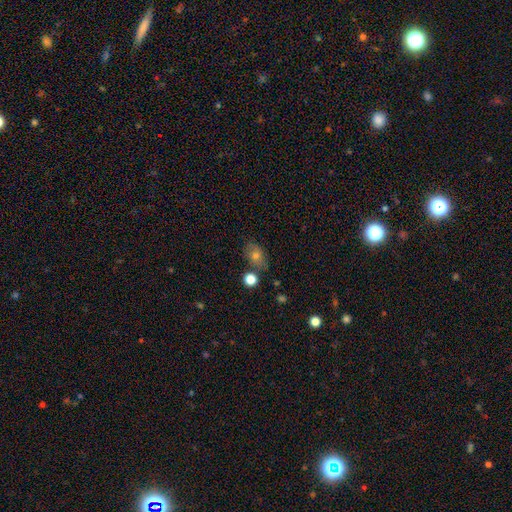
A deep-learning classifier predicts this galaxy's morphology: This appears to be a smooth galaxy with no disk features (64%) that is in between round and cigar-shaped (71%). Merging: none (72%).